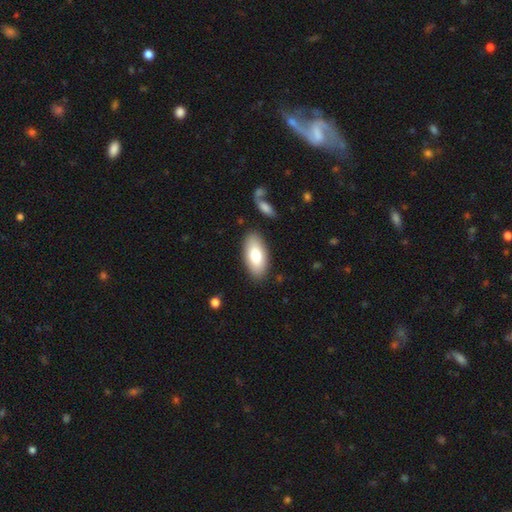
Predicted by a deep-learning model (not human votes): The model was most divided on "smooth or featured": smooth: 79%, featured or disk: 15%, star or artifact: 6%. More confident: how rounded — in between (91%); merging — none (86%).